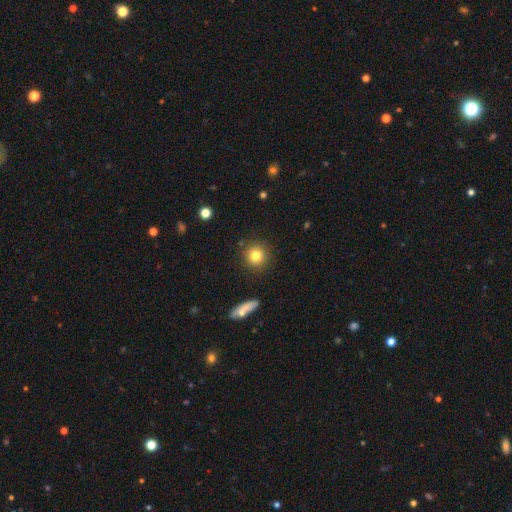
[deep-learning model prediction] A smooth galaxy with no disk features (81%) that is round (93%). Merging: none (89%).